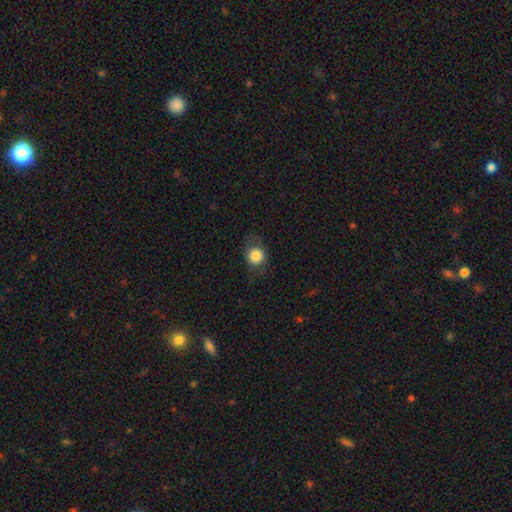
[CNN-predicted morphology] The model was most divided on "merging": none: 75%, minor disturbance: 17%, major disturbance: 7%, merger: 1%. More confident: smooth or featured — smooth (81%); how rounded — round (79%).